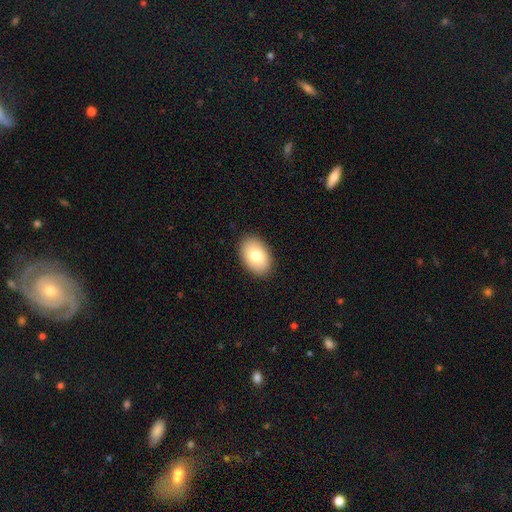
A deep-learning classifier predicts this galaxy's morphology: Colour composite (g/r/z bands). It shows a smooth galaxy with no disk features (79%) that is in between round and cigar-shaped (87%). Merging: none (89%).